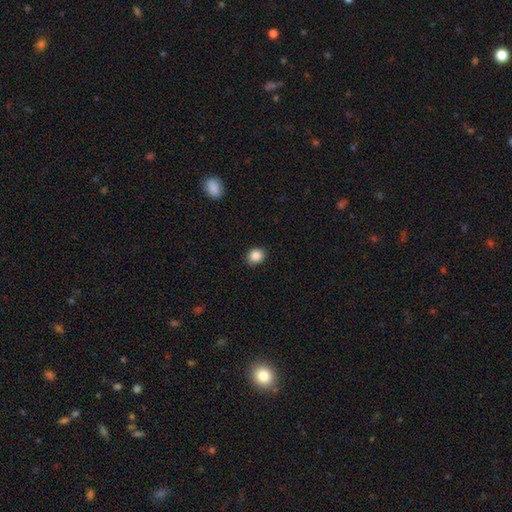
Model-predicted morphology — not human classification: This is clearly a smooth galaxy (87%). How rounded: likely round (64%). Merging: clearly none (86%).